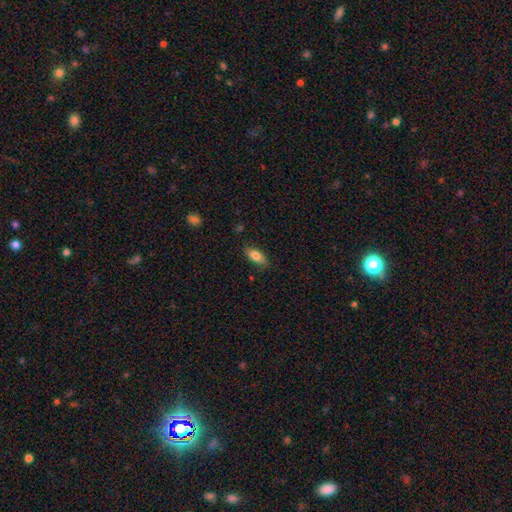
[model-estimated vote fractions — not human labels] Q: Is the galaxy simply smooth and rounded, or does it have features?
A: smooth — 77%.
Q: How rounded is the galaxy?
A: in between — 82%.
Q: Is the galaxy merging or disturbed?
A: none — 80%.